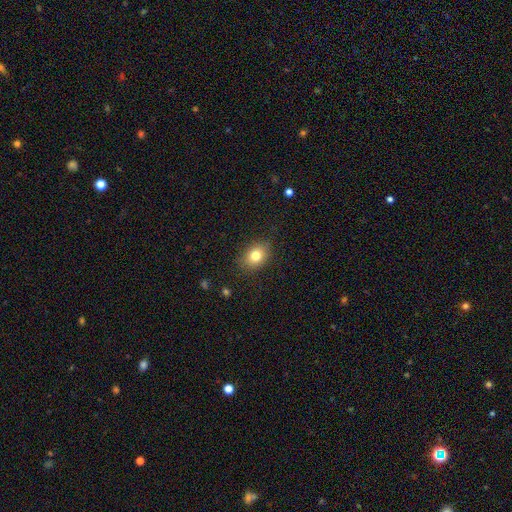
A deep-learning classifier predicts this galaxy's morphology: A smooth galaxy with no disk features (79%) that is in between round and cigar-shaped (61%).

Vote fractions:
- Smooth or featured? smooth: 79% / star or artifact: 10% / featured or disk: 10%
- How rounded? in between: 61% / round: 38% / cigar-shaped: 1%
- Merging? none: 84% / minor disturbance: 12% / major disturbance: 3% / merger: 1%